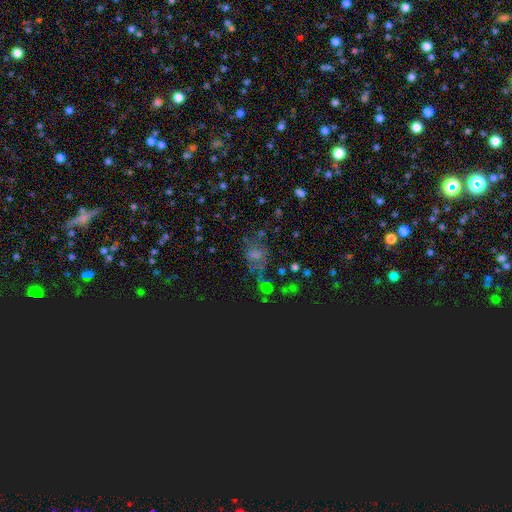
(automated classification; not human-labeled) Smooth or featured?
  - smooth: 40% *
  - star or artifact: 38%
  - featured or disk: 22%
Merging?
  - none: 40% *
  - major disturbance: 24%
  - minor disturbance: 18%
  - merger: 17%